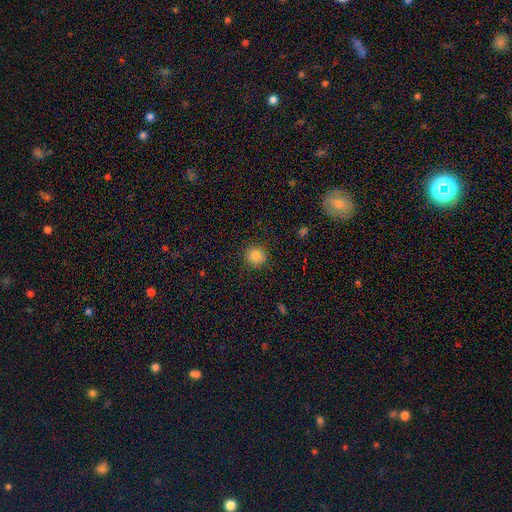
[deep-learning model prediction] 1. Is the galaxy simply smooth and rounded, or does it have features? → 84% smooth, 11% star or artifact, 5% featured or disk.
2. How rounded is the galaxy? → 92% round, 7% in between, 1% cigar-shaped.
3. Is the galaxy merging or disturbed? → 90% none, 7% minor disturbance, 2% major disturbance, 1% merger.